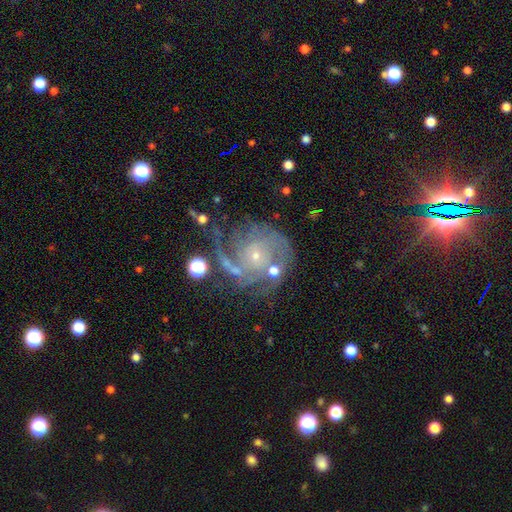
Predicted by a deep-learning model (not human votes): featured or disk 84%, star or artifact 10%, smooth 6%. Down the decision tree: edge-on disk — no (98%); bar — no (71%); spiral arms — yes (96%); spiral arm count — 2 (28%); spiral winding — tight (55%); bulge size — small (81%); merging — none (60%).